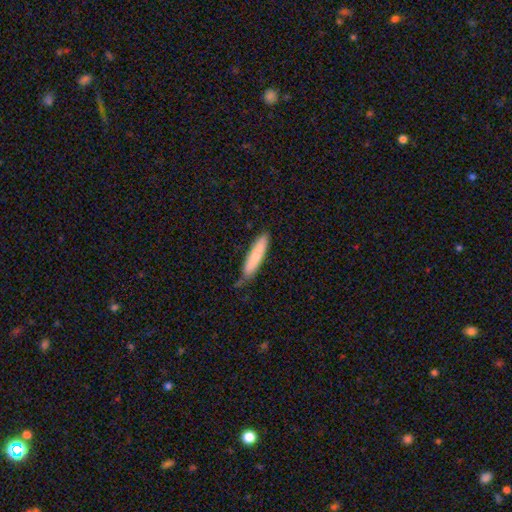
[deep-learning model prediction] This appears to be a smooth galaxy with no disk features (81%) that is cigar-shaped (86%). Merging: none (72%).